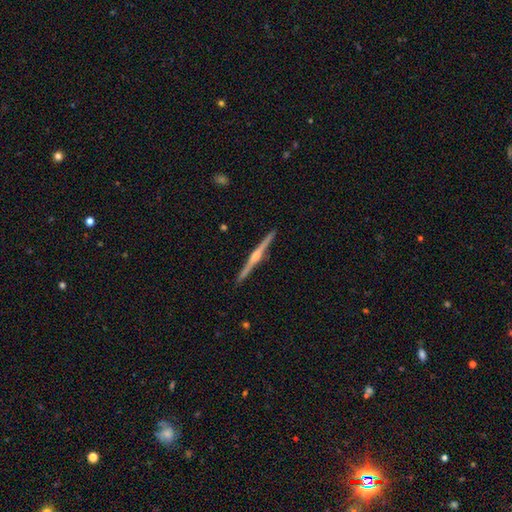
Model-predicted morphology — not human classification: smooth-or-featured: featured or disk: 84% | smooth: 11% | star or artifact: 5%
  disk-edge-on: yes: 99% | no: 1%
    edge-on-bulge: rounded: 87% | boxy: 7% | none: 7%
  merging: none: 92% | minor disturbance: 5% | major disturbance: 1% | merger: 1%